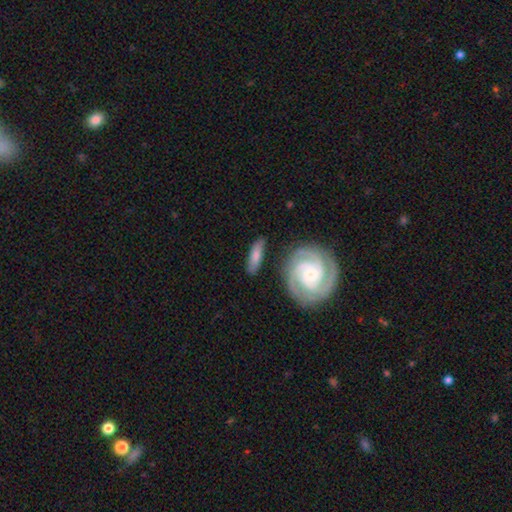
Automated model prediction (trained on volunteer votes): smooth 54%, featured or disk 40%, star or artifact 6%. Down the decision tree: how rounded — cigar-shaped (58%); merging — none (74%).